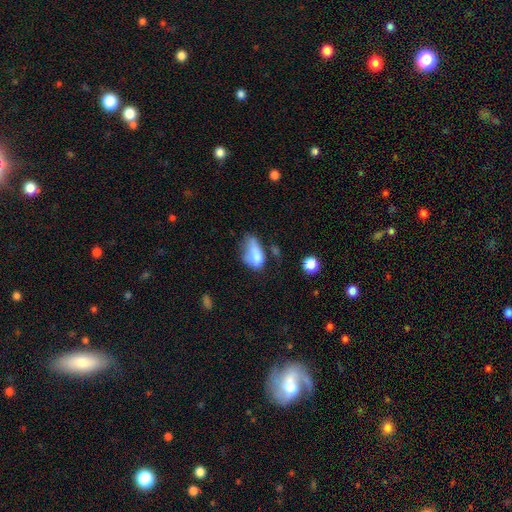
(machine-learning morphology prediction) A smooth galaxy with no disk features (72%) that is in between round and cigar-shaped (86%). Merging: minor disturbance (34%).